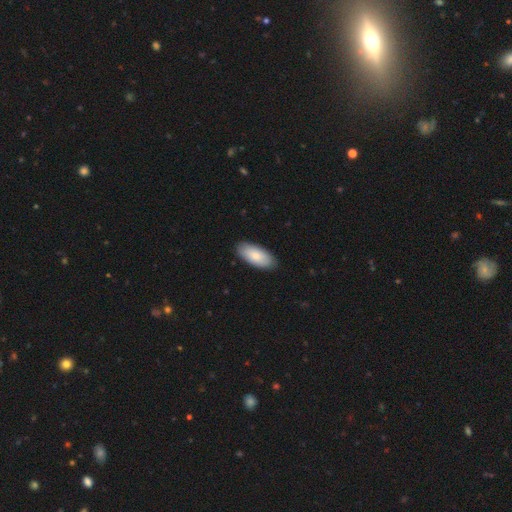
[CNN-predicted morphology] smooth-or-featured: smooth: 83% | featured or disk: 12% | star or artifact: 5%
  how-rounded: in between: 92% | cigar-shaped: 6% | round: 2%
  merging: none: 88% | minor disturbance: 9% | major disturbance: 2% | merger: 1%